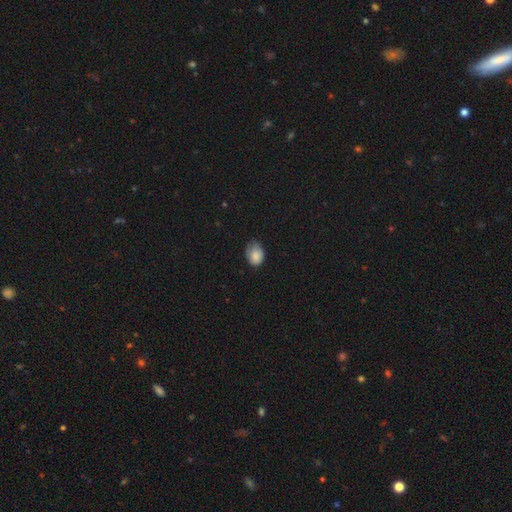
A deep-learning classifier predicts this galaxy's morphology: smooth-or-featured: smooth: 80% | featured or disk: 11% | star or artifact: 9%
  how-rounded: in between: 69% | round: 30% | cigar-shaped: 1%
  merging: none: 48% | minor disturbance: 39% | major disturbance: 11% | merger: 1%